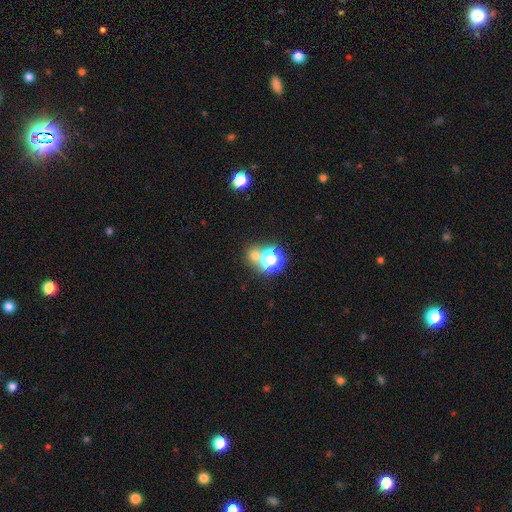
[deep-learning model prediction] This is possibly a smooth galaxy (56%). How rounded: clearly round (83%). Merging: possibly none (58%).